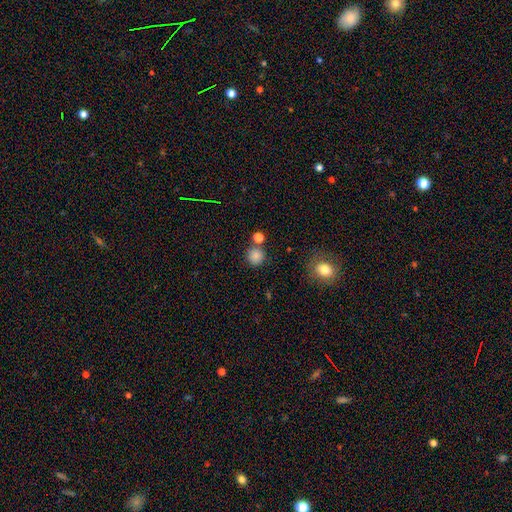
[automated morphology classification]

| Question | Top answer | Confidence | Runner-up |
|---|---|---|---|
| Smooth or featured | smooth | 83% | star or artifact (12%) |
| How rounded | round | 91% | in between (8%) |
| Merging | none | 77% | merger (11%) |